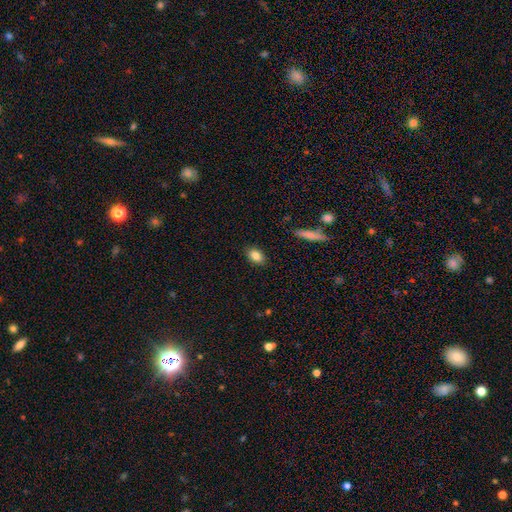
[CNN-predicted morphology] smooth-or-featured: smooth: 84% | star or artifact: 8% | featured or disk: 8%
  how-rounded: in between: 83% | round: 15% | cigar-shaped: 2%
  merging: none: 88% | minor disturbance: 9% | major disturbance: 2% | merger: 1%